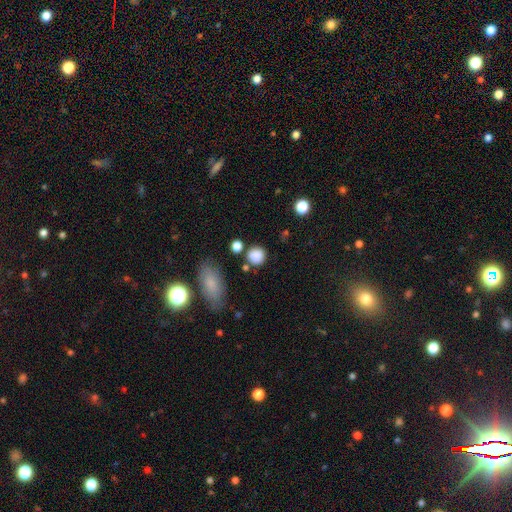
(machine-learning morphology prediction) This appears to be a smooth galaxy with no disk features (85%) that is round (84%). Merging: none (75%).